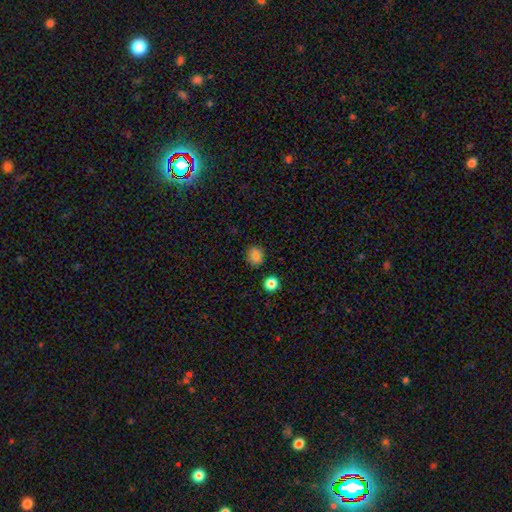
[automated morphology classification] This is clearly a smooth galaxy (82%). How rounded: likely round (77%). Merging: clearly none (87%).